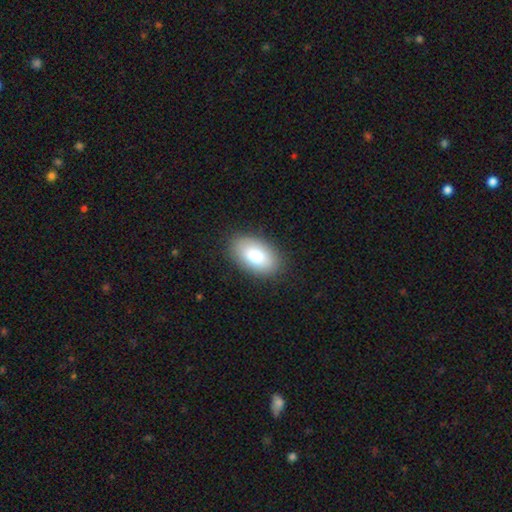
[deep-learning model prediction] Smooth or featured: smooth — 80% (featured or disk — 13%)
How rounded: in between — 94% (round — 5%)
Merging: none — 87% (minor disturbance — 9%)